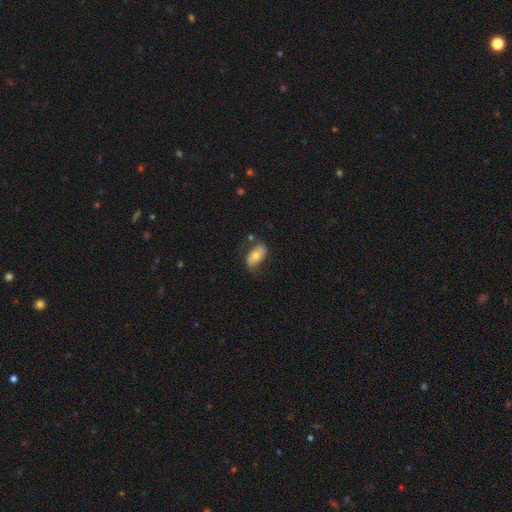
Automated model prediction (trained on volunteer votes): Smooth or featured? Predicted: smooth (p=0.56). How rounded? Predicted: in between (p=0.91). Merging? Predicted: none (p=0.60).